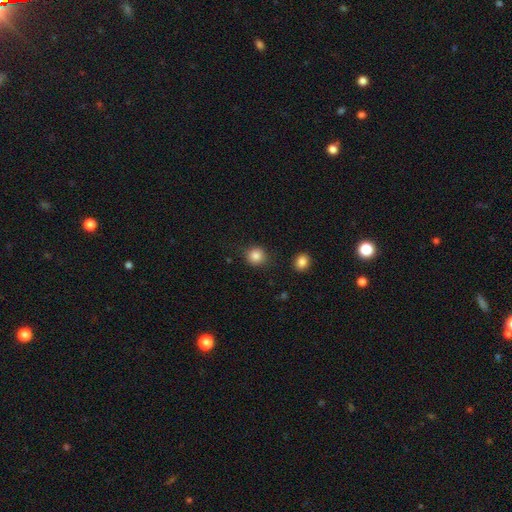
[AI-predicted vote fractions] A smooth galaxy with no disk features (85%) that is round (90%).

Vote fractions:
- Smooth or featured? smooth: 85% / star or artifact: 10% / featured or disk: 5%
- How rounded? round: 90% / in between: 9% / cigar-shaped: 1%
- Merging? none: 86% / minor disturbance: 8% / major disturbance: 3% / merger: 2%